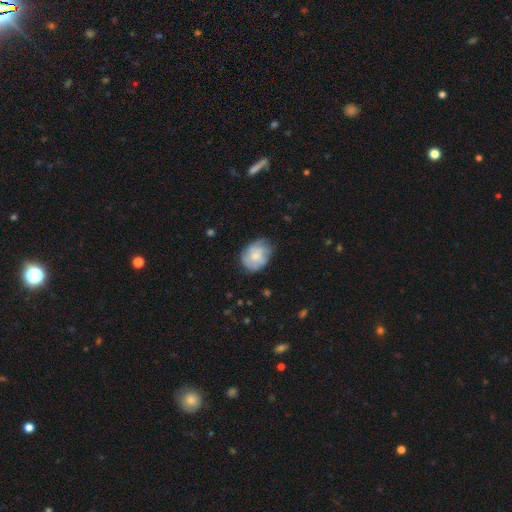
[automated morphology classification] Smooth or featured? Predicted: smooth (p=0.60). How rounded? Predicted: in between (p=0.59). Merging? Predicted: none (p=0.61).